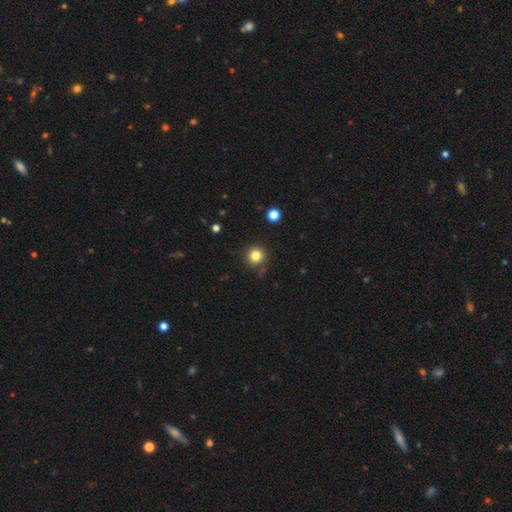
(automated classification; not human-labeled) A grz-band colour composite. It shows a smooth galaxy with no disk features (82%) that is round (93%). Merging: none (87%).